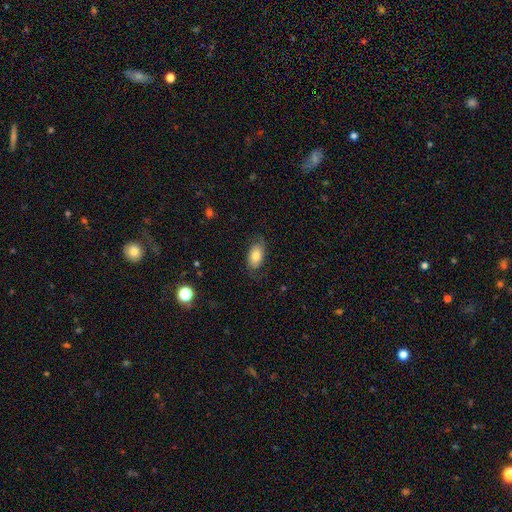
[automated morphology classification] smooth_or_featured: smooth (p=0.77) [alt: featured or disk p=0.16]
how_rounded: in between (p=0.92) [alt: round p=0.06]
merging: none (p=0.75) [alt: minor disturbance p=0.18]